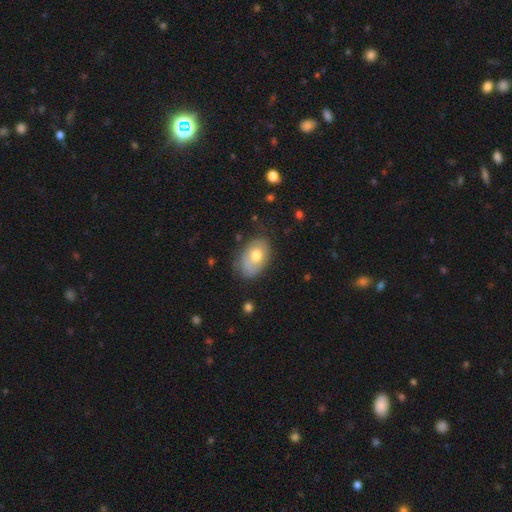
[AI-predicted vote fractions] Smooth or featured?
  - smooth: 67% *
  - featured or disk: 26%
  - star or artifact: 7%
How rounded?
  - in between: 87% *
  - round: 12%
  - cigar-shaped: 1%
Merging?
  - none: 63% *
  - minor disturbance: 27%
  - major disturbance: 8%
  - merger: 2%